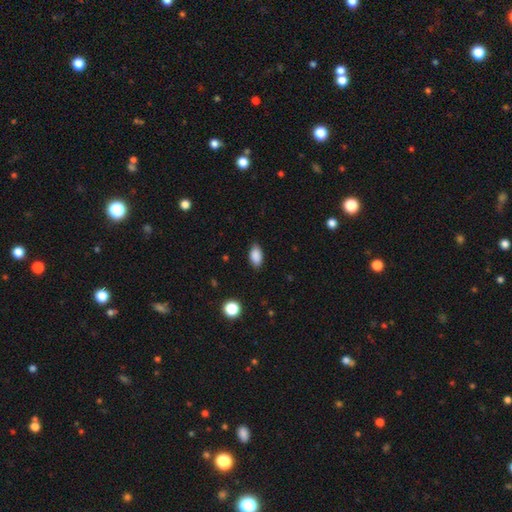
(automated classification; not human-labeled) A smooth galaxy with no disk features (88%) that is in between round and cigar-shaped (92%).

Vote fractions:
- Smooth or featured? smooth: 88% / star or artifact: 8% / featured or disk: 4%
- How rounded? in between: 92% / round: 5% / cigar-shaped: 3%
- Merging? none: 85% / minor disturbance: 11% / major disturbance: 2% / merger: 1%